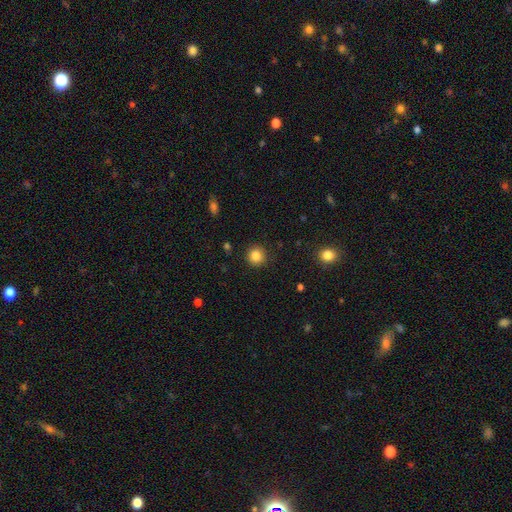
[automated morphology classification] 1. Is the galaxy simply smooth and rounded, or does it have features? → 84% smooth, 11% star or artifact, 5% featured or disk.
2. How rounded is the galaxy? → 93% round, 6% in between, 1% cigar-shaped.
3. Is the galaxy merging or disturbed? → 91% none, 6% minor disturbance, 2% major disturbance, 1% merger.